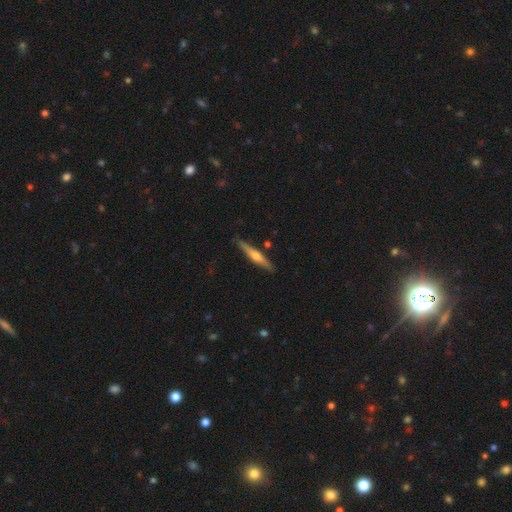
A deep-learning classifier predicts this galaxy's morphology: Q: Smooth or featured?
A: featured or disk (65%); runner-up: smooth (30%)
Q: Edge-on disk?
A: yes (97%); runner-up: no (3%)
Q: Edge-on bulge?
A: rounded (90%); runner-up: none (6%)
Q: Merging?
A: none (86%); runner-up: minor disturbance (10%)